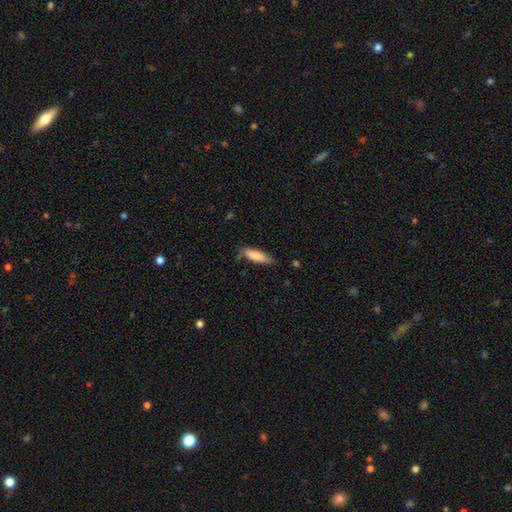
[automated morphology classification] Smooth or featured? smooth (84%)
How rounded? cigar-shaped (55%)
Merging? none (69%)